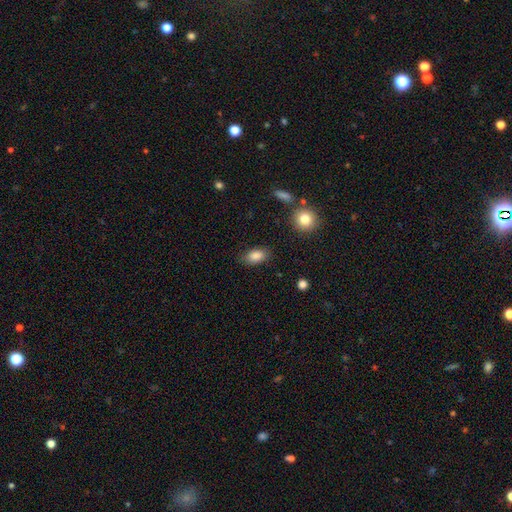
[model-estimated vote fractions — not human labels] Q: Smooth or featured?
A: smooth (86%); runner-up: star or artifact (8%)
Q: How rounded?
A: in between (88%); runner-up: round (9%)
Q: Merging?
A: none (82%); runner-up: minor disturbance (13%)